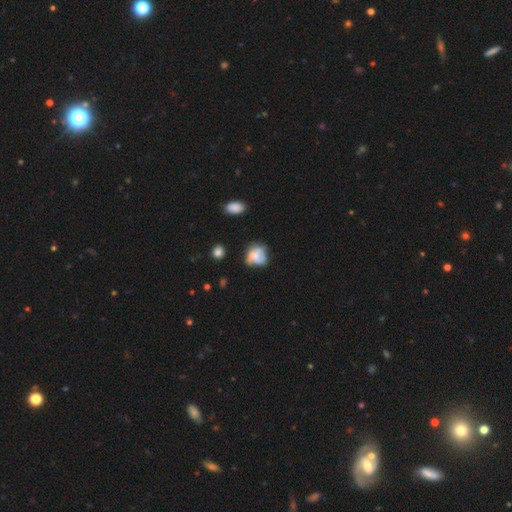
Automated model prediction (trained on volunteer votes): Smooth or featured? smooth (59%)
How rounded? round (59%)
Merging? none (40%)